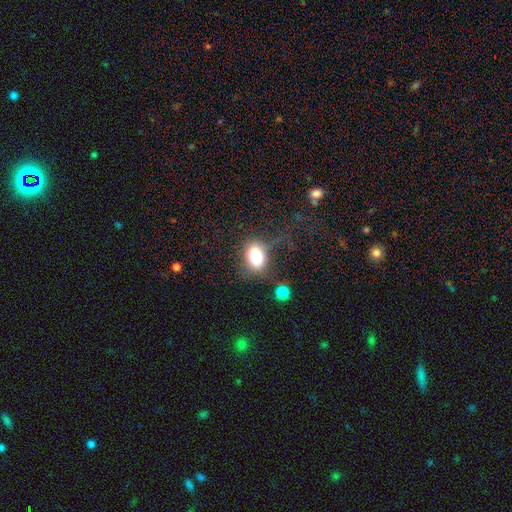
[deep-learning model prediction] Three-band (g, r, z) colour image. It shows a smooth galaxy with no disk features (79%) that is in between round and cigar-shaped (76%). Merging: none (55%).